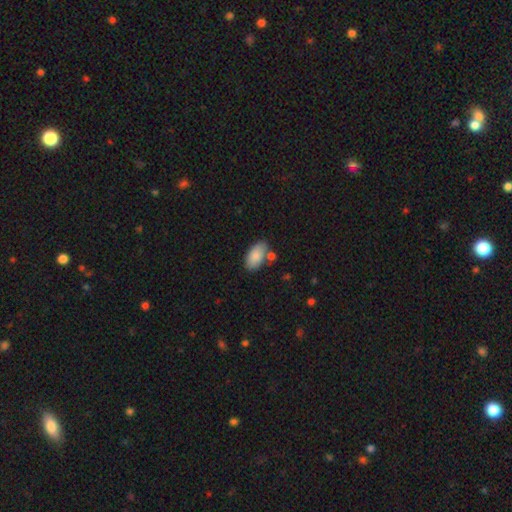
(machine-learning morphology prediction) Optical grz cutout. It shows a smooth galaxy with no disk features (86%) that is in between round and cigar-shaped (94%). Merging: none (69%).